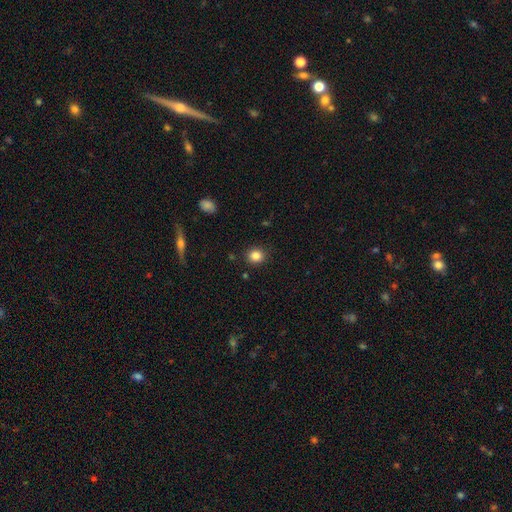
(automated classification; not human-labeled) smooth 84%, star or artifact 11%, featured or disk 5%. Down the decision tree: how rounded — round (83%); merging — none (88%).